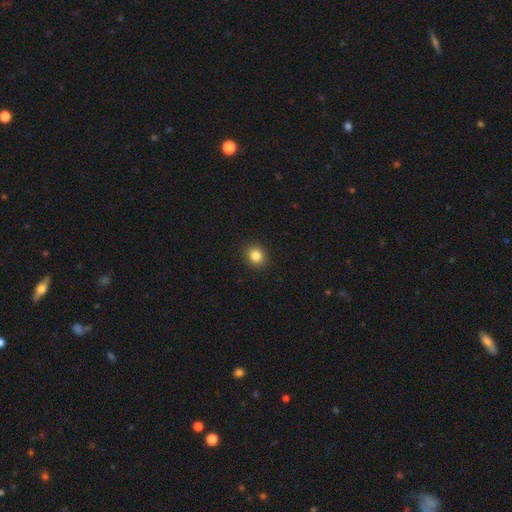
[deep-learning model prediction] Morphology: type=smooth (84%); roundness=round (71%); merging=none (91%).